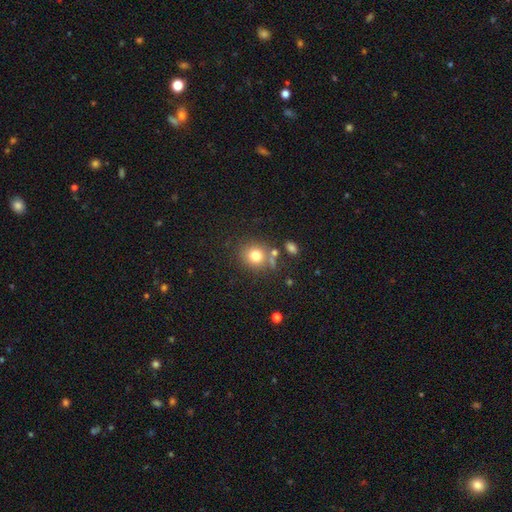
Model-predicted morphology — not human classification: This appears to be a smooth galaxy with no disk features (77%) that is round (83%). Merging: none (70%).